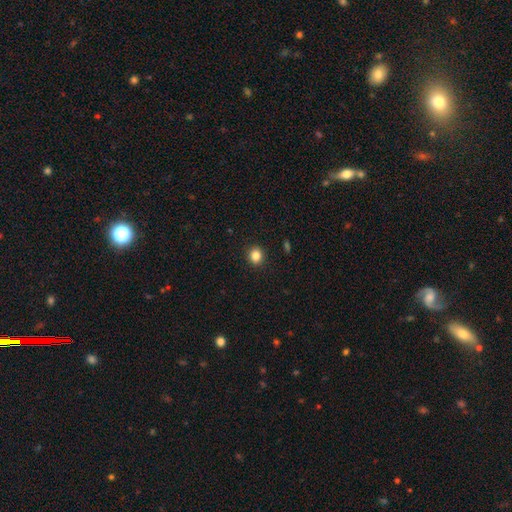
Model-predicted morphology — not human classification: This is clearly a smooth galaxy (84%). How rounded: clearly round (80%). Merging: clearly none (92%).